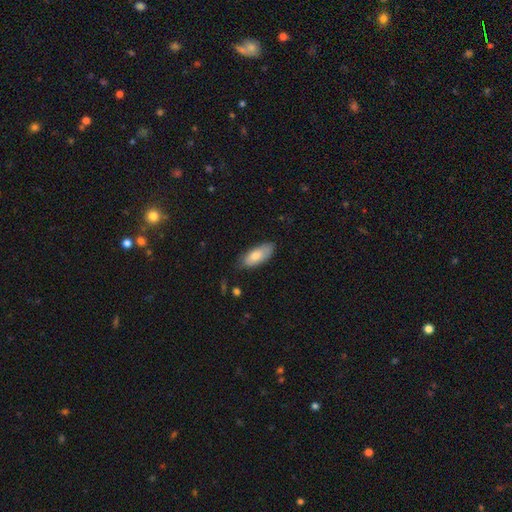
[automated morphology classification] Q: Smooth or featured?
A: smooth (77%); runner-up: featured or disk (17%)
Q: How rounded?
A: in between (83%); runner-up: cigar-shaped (15%)
Q: Merging?
A: none (72%); runner-up: minor disturbance (23%)